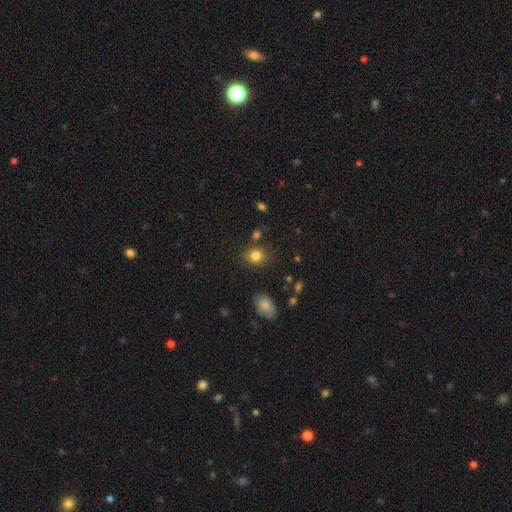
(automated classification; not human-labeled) Smooth or featured? Predicted: smooth (p=0.81). How rounded? Predicted: round (p=0.69). Merging? Predicted: none (p=0.79).